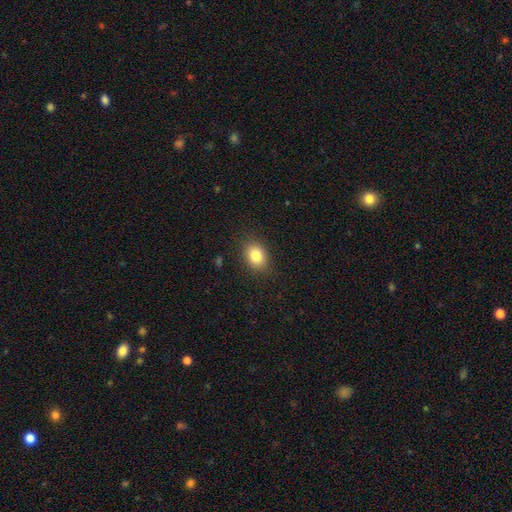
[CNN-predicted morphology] Smooth or featured? smooth (83%)
How rounded? in between (65%)
Merging? none (86%)